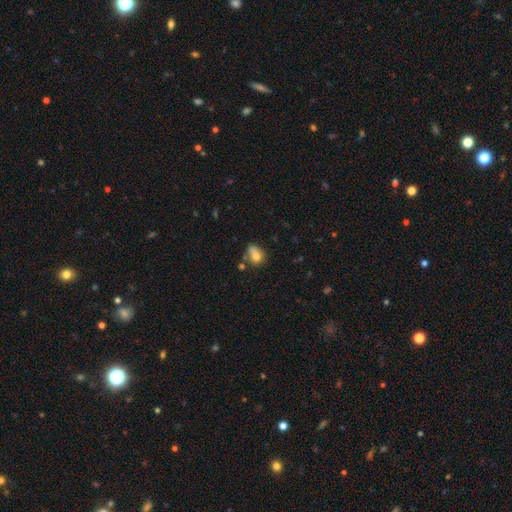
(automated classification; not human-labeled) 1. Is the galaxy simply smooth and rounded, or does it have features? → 72% smooth, 17% featured or disk, 11% star or artifact.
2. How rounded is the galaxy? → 64% in between, 33% round, 3% cigar-shaped.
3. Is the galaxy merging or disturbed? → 41% none, 29% minor disturbance, 17% merger, 12% major disturbance.